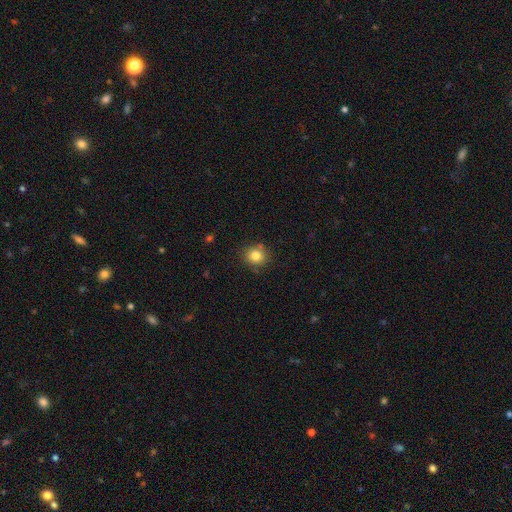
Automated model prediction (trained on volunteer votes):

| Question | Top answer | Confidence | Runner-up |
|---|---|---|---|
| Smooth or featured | smooth | 82% | star or artifact (11%) |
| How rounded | round | 83% | in between (16%) |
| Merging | none | 82% | minor disturbance (11%) |